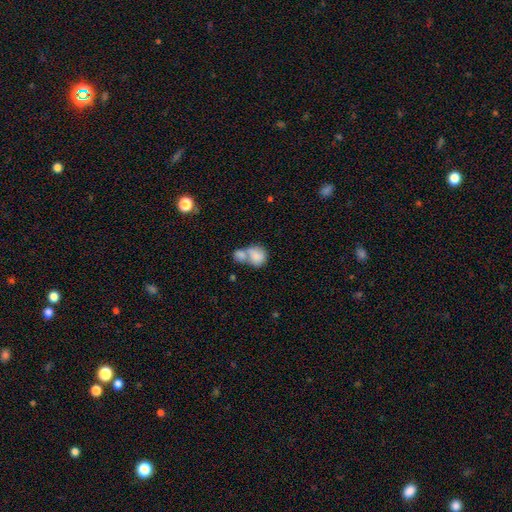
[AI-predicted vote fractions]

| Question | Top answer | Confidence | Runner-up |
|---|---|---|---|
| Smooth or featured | smooth | 80% | featured or disk (13%) |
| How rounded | round | 58% | in between (40%) |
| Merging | merger | 67% | none (20%) |